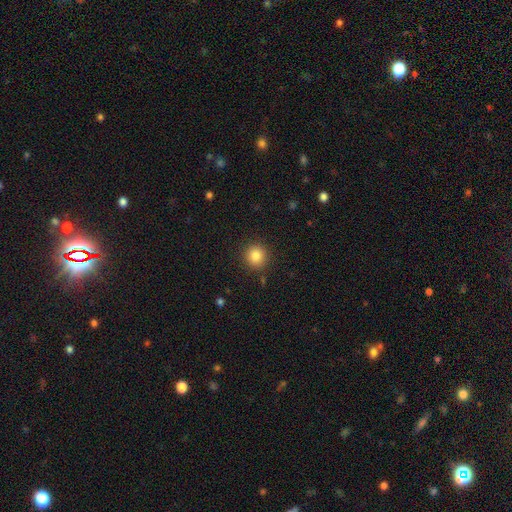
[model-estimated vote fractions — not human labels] The model was most divided on "smooth or featured": smooth: 84%, star or artifact: 11%, featured or disk: 5%. More confident: how rounded — round (92%); merging — none (90%).